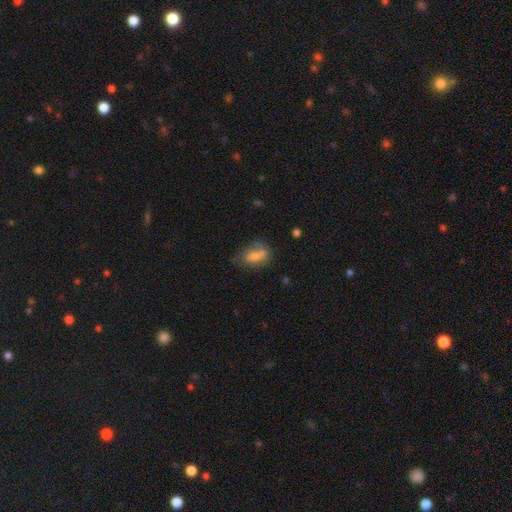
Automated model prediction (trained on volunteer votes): Smooth or featured?
  - smooth: 66% *
  - featured or disk: 25%
  - star or artifact: 9%
How rounded?
  - in between: 82% *
  - round: 14%
  - cigar-shaped: 4%
Merging?
  - none: 40% *
  - merger: 24%
  - minor disturbance: 24%
  - major disturbance: 12%